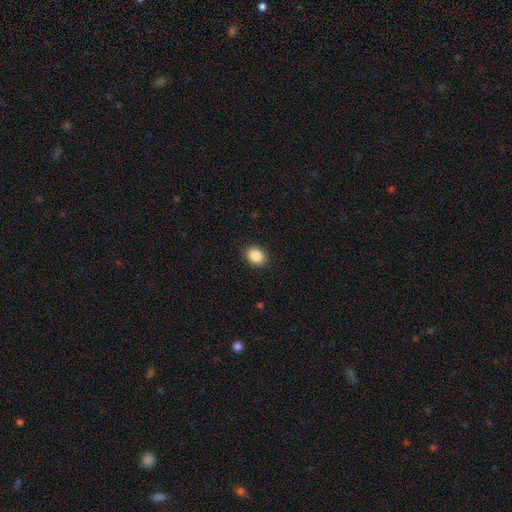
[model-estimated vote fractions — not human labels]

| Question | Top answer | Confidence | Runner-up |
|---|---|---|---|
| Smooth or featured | smooth | 88% | star or artifact (8%) |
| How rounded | in between | 57% | round (42%) |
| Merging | none | 90% | minor disturbance (8%) |